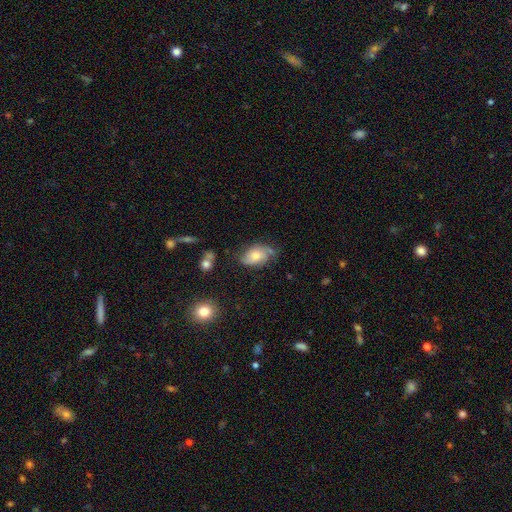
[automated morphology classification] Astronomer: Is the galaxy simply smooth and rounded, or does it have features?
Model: featured or disk — 46% (runner-up: smooth, 45%).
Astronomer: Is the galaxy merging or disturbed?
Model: none — 53% (runner-up: minor disturbance, 30%).